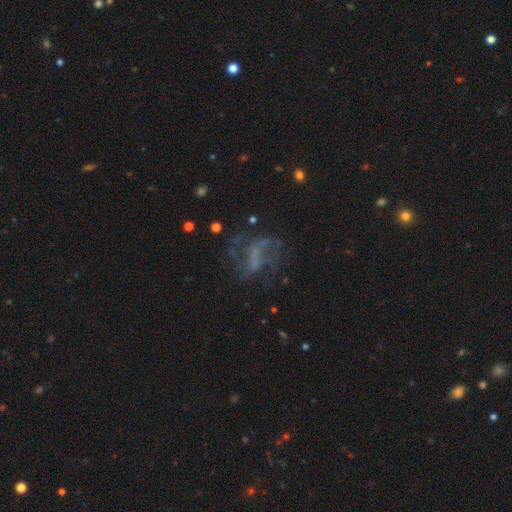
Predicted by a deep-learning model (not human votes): featured or disk 61%, smooth 20%, star or artifact 19%. Down the decision tree: edge-on disk — no (96%); bar — no (43%); spiral arms — yes (62%); bulge size — none (63%); merging — none (51%).